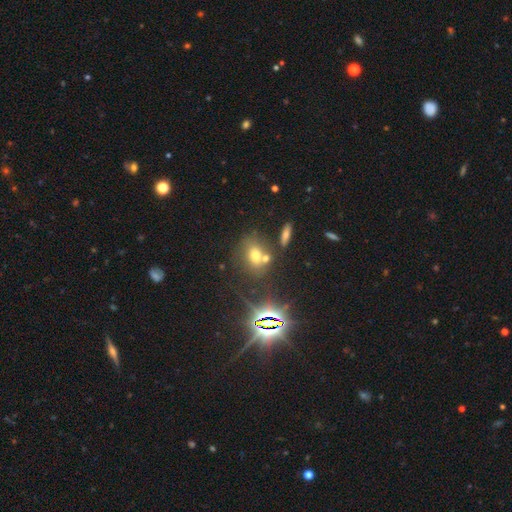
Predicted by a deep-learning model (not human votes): A smooth galaxy with no disk features (61%) that is in between round and cigar-shaped (65%). Merging: none (58%).